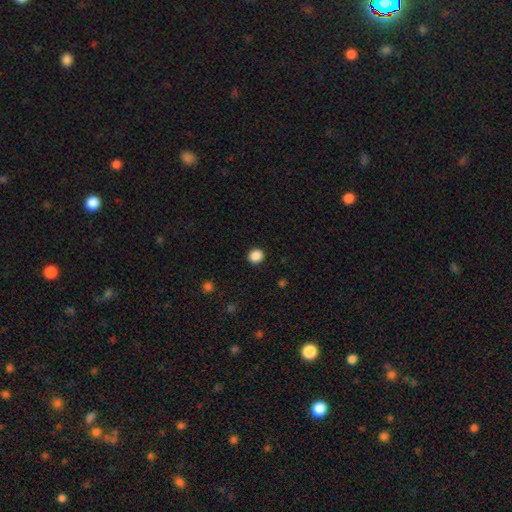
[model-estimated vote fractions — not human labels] smooth_or_featured: smooth (p=0.88) [alt: star or artifact p=0.10]
how_rounded: round (p=0.88) [alt: in between p=0.11]
merging: none (p=0.92) [alt: minor disturbance p=0.05]